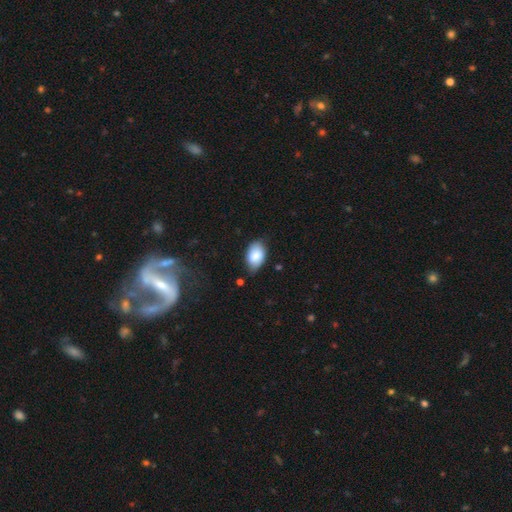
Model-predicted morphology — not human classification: Smooth or featured?
  - smooth: 84% *
  - featured or disk: 10%
  - star or artifact: 7%
How rounded?
  - in between: 91% *
  - round: 8%
  - cigar-shaped: 1%
Merging?
  - none: 67% *
  - minor disturbance: 26%
  - major disturbance: 4%
  - merger: 2%